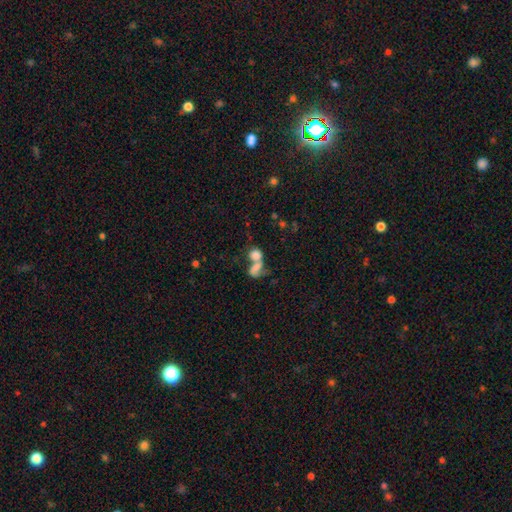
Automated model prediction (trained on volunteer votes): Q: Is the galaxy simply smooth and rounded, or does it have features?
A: smooth — 72%.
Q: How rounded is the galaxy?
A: in between — 55%.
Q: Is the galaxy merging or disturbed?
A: merger — 68%.